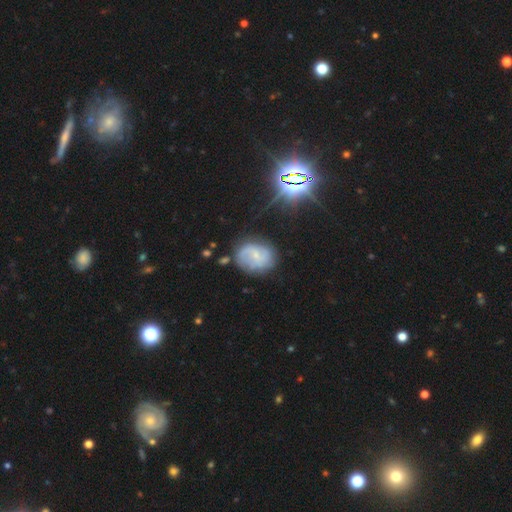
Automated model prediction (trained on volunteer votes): Morphology: type=featured or disk (56%); edge-on=no (97%); bar=no (55%); spiral arms=yes (81%); bulge=small (75%); merging=none (69%).